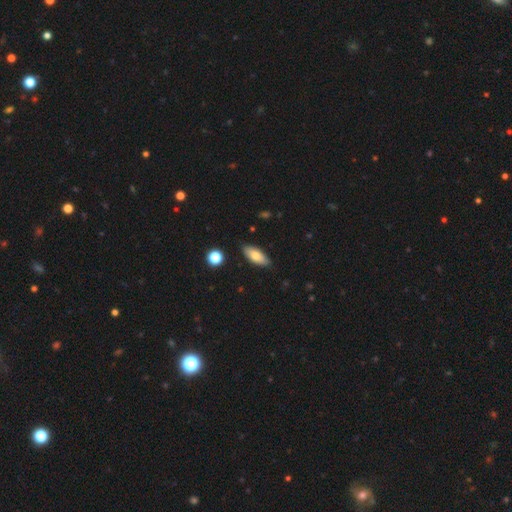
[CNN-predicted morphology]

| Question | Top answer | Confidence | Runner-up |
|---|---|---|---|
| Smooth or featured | smooth | 76% | featured or disk (17%) |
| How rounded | in between | 83% | cigar-shaped (15%) |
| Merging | none | 85% | minor disturbance (11%) |